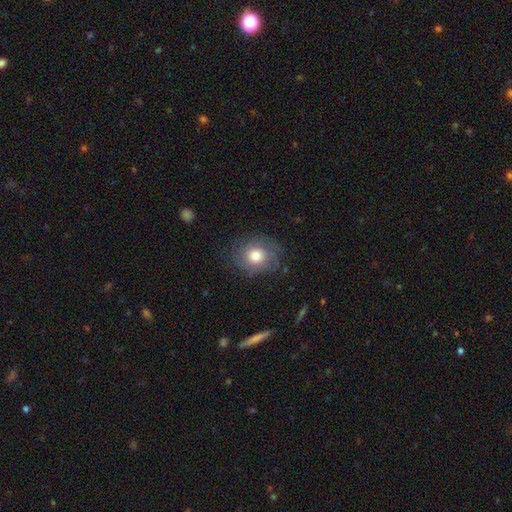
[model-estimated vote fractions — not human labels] The model was most divided on "smooth or featured": smooth: 63%, featured or disk: 28%, star or artifact: 9%. More confident: merging — none (72%); how rounded — round (70%).